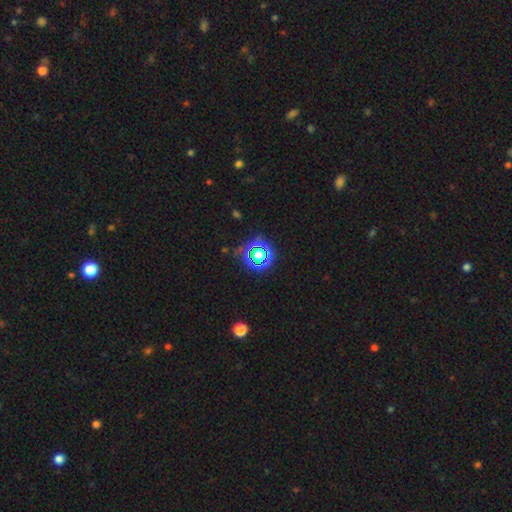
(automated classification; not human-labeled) smooth-or-featured: star or artifact: 74% | smooth: 18% | featured or disk: 8%